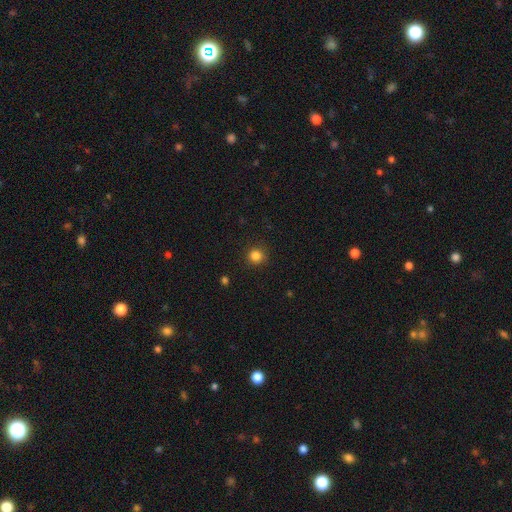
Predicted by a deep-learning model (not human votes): smooth 84%, star or artifact 12%, featured or disk 4%. Down the decision tree: how rounded — round (93%); merging — none (90%).